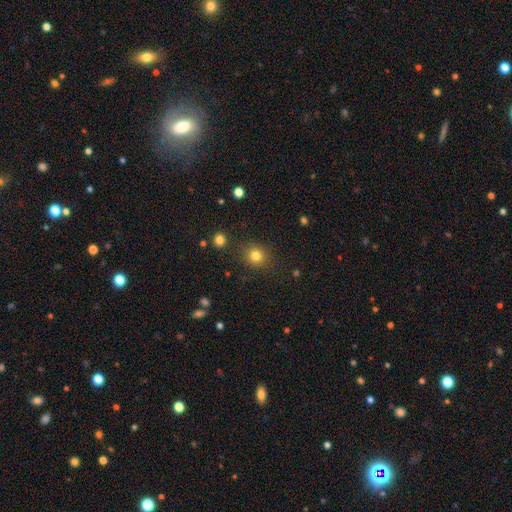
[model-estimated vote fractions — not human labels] This is clearly a smooth galaxy (81%). How rounded: clearly round (85%). Merging: clearly none (87%).